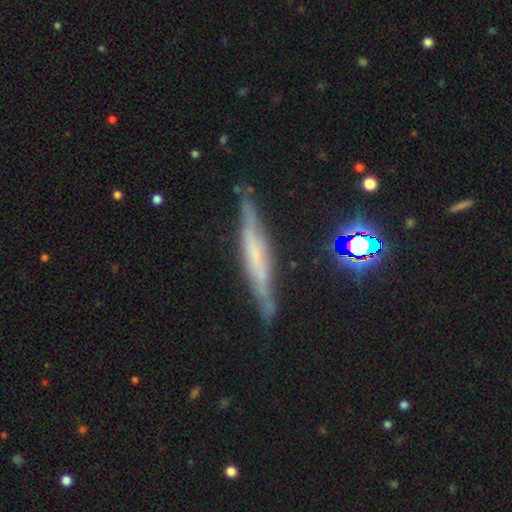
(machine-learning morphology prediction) type=featured or disk (61%); edge-on=yes (91%); edge-on bulge=none (55%); merging=none (78%).